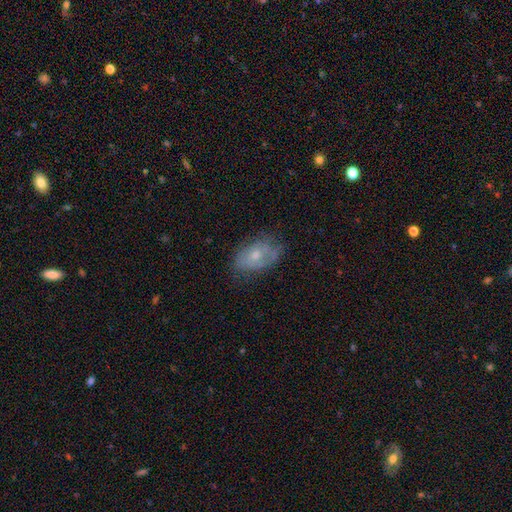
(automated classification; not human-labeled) Overall: featured or disk (46%; smooth 45%). Merging: none (58%; minor disturbance 29%).